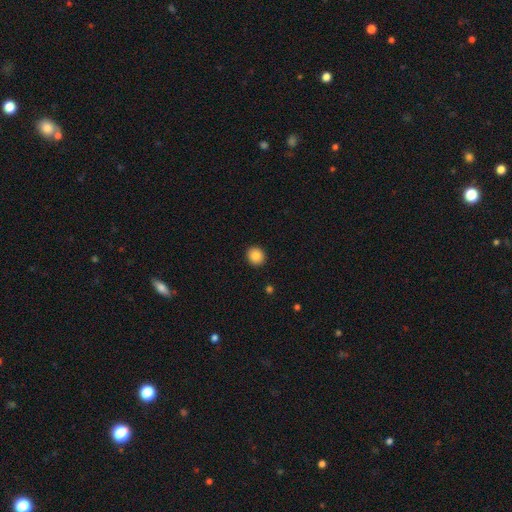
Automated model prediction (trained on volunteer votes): Smooth or featured: smooth — 88% (star or artifact — 9%)
How rounded: round — 85% (in between — 14%)
Merging: none — 92% (minor disturbance — 5%)